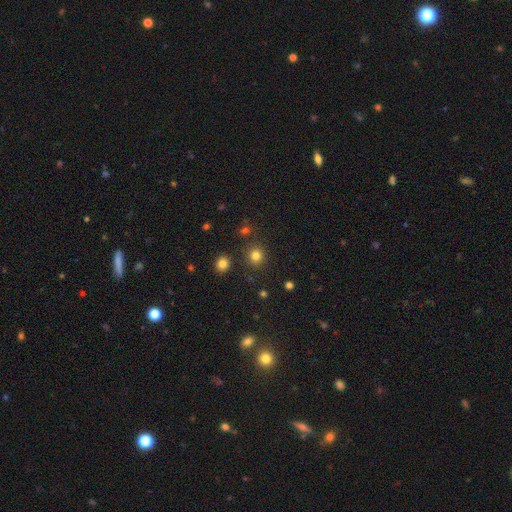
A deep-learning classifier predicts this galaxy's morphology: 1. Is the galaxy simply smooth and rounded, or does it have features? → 81% smooth, 14% star or artifact, 5% featured or disk.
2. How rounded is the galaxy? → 88% round, 11% in between, 1% cigar-shaped.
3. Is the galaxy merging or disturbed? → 87% none, 7% minor disturbance, 4% merger, 3% major disturbance.